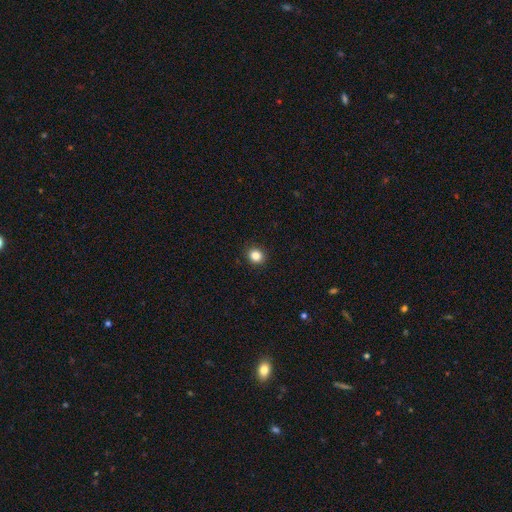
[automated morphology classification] A smooth galaxy with no disk features (86%) that is round (81%). Merging: none (92%).